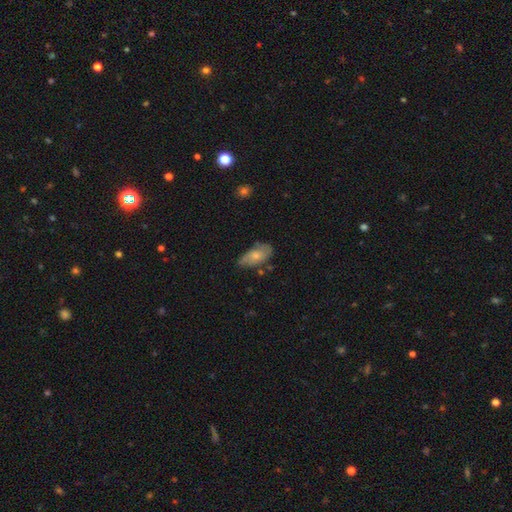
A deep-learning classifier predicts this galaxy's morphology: The model was most divided on "merging": none: 57%, minor disturbance: 32%, major disturbance: 7%, merger: 4%. More confident: how rounded — in between (90%); smooth or featured — smooth (64%).